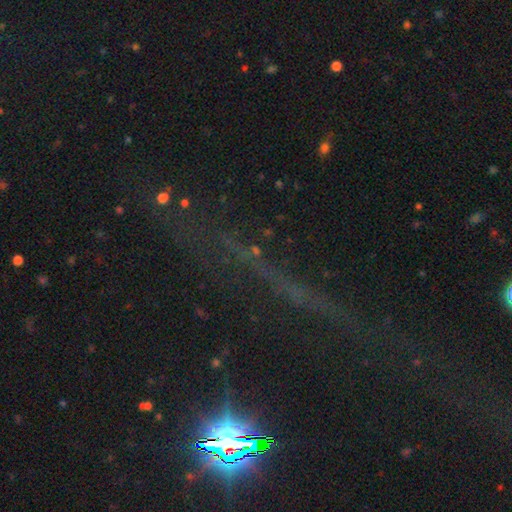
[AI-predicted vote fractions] This is likely a star or artifact rather than a galaxy (72%).